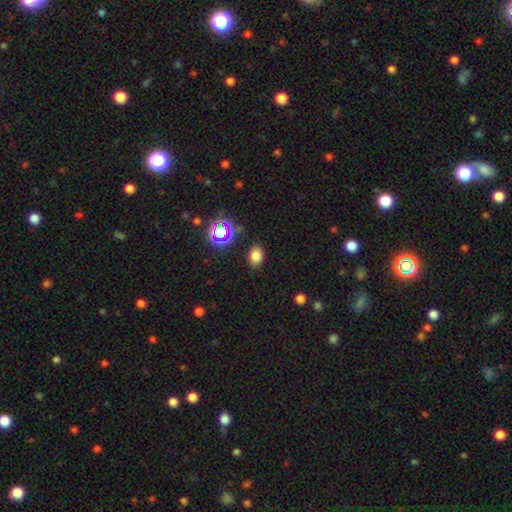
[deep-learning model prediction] Q: Smooth or featured?
A: smooth (74%); runner-up: star or artifact (19%)
Q: How rounded?
A: in between (74%); runner-up: round (25%)
Q: Merging?
A: none (85%); runner-up: minor disturbance (10%)